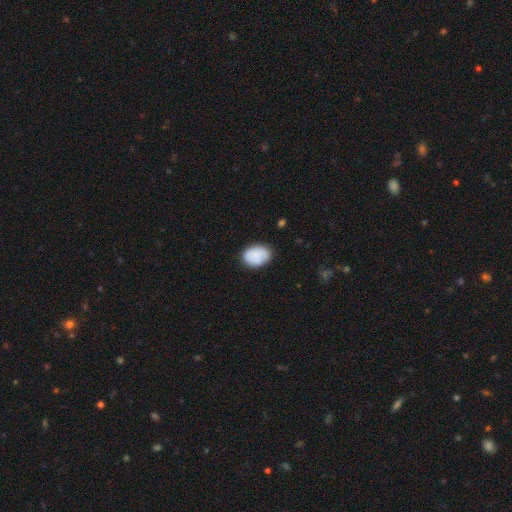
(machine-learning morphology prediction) Q: Smooth or featured?
A: smooth (82%); runner-up: featured or disk (11%)
Q: How rounded?
A: in between (80%); runner-up: round (19%)
Q: Merging?
A: none (76%); runner-up: minor disturbance (18%)